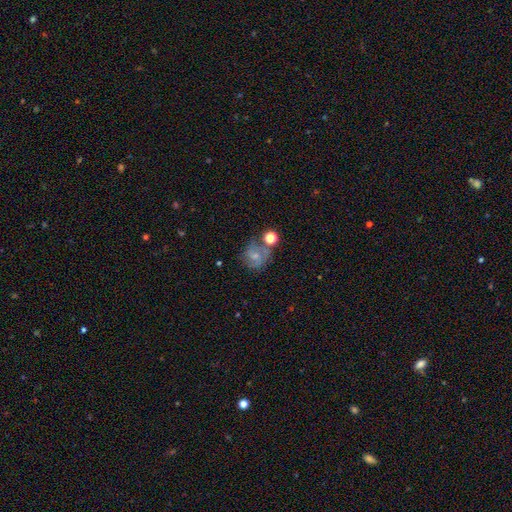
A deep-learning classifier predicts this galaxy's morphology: smooth-or-featured: featured or disk: 46% | smooth: 41% | star or artifact: 13%
  merging: none: 51% | minor disturbance: 20% | merger: 16% | major disturbance: 13%